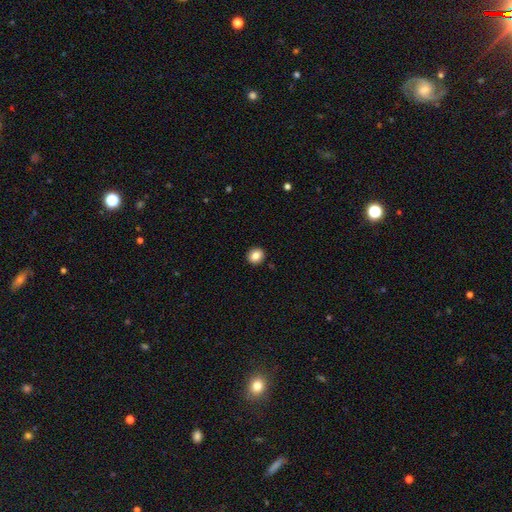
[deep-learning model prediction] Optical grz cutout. It shows a smooth galaxy with no disk features (84%) that is round (82%). Merging: none (92%).